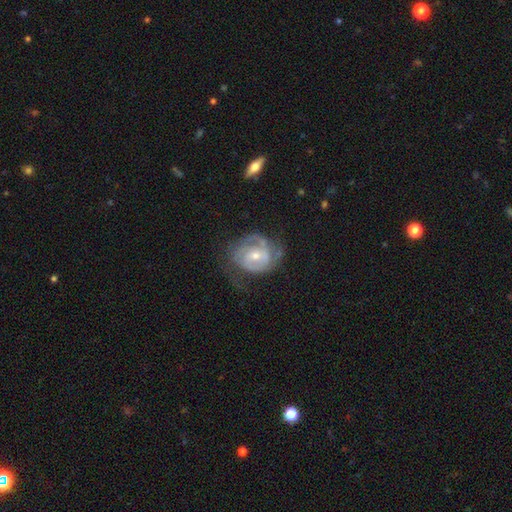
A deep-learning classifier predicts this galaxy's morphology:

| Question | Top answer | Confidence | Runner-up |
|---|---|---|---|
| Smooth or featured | featured or disk | 81% | smooth (14%) |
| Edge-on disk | no | 98% | yes (2%) |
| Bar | no | 49% | weak (41%) |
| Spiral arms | yes | 89% | no (11%) |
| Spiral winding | tight | 53% | medium (35%) |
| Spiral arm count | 2 | 49% | can't tell (25%) |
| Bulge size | moderate | 51% | small (45%) |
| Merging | none | 50% | minor disturbance (26%) |